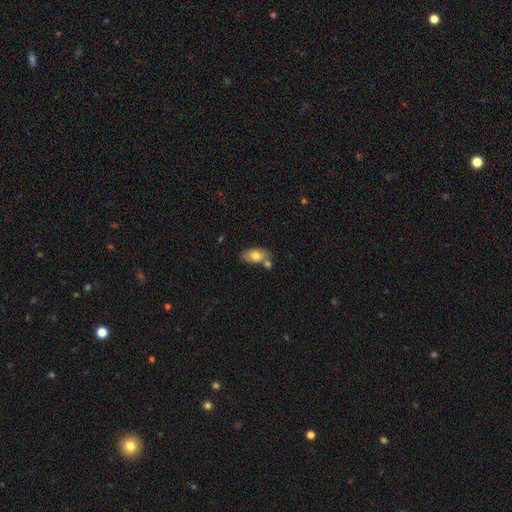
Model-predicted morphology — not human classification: smooth 73%, featured or disk 20%, star or artifact 7%. Down the decision tree: how rounded — in between (90%); merging — none (55%).